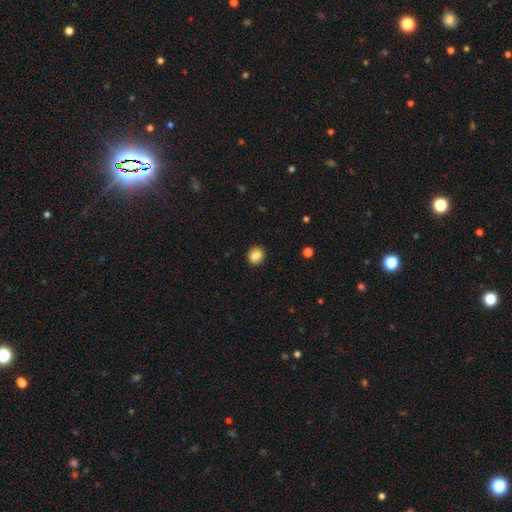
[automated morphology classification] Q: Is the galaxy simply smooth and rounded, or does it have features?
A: smooth — 84%.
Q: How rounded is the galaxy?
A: round — 65%.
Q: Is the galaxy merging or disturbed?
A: none — 88%.